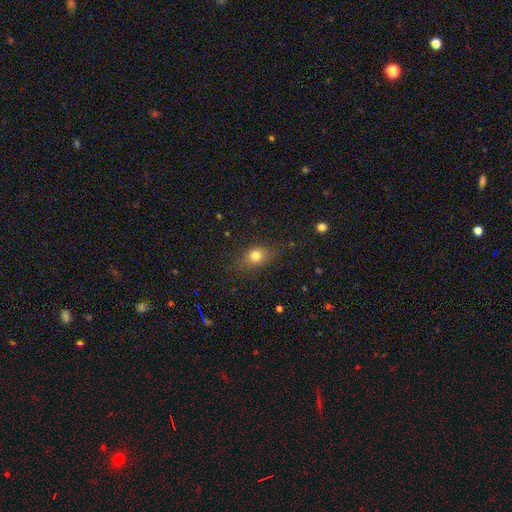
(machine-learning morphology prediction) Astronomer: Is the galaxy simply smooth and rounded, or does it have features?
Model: smooth — 77%.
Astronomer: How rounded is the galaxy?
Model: in between — 54% (runner-up: round, 43%).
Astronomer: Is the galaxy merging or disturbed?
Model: none — 80%.